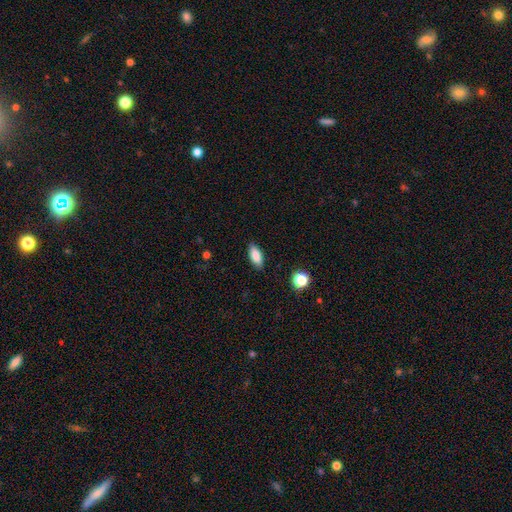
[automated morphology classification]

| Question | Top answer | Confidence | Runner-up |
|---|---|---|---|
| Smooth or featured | smooth | 84% | featured or disk (8%) |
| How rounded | in between | 81% | cigar-shaped (16%) |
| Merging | none | 87% | minor disturbance (9%) |